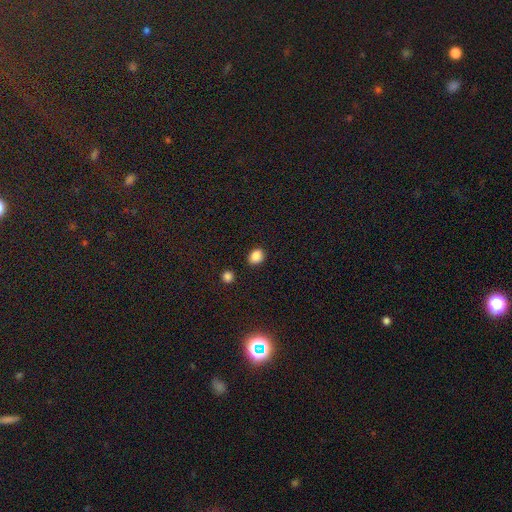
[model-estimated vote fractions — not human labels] This appears to be a smooth galaxy with no disk features (86%) that is in between round and cigar-shaped (55%). Merging: none (86%).